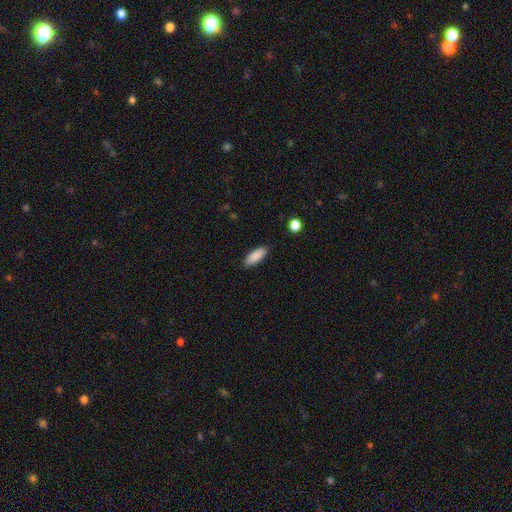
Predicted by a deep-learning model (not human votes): The model was most divided on "how rounded": in between: 73%, cigar-shaped: 25%, round: 2%. More confident: smooth or featured — smooth (89%); merging — none (86%).